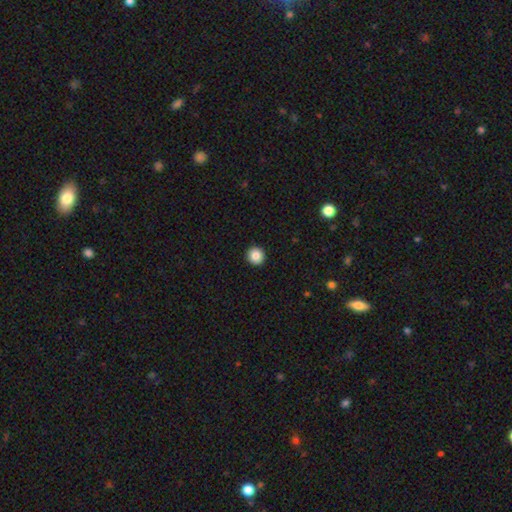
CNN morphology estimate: Overall: smooth (87%). How rounded: round (94%). Merging: none (94%).